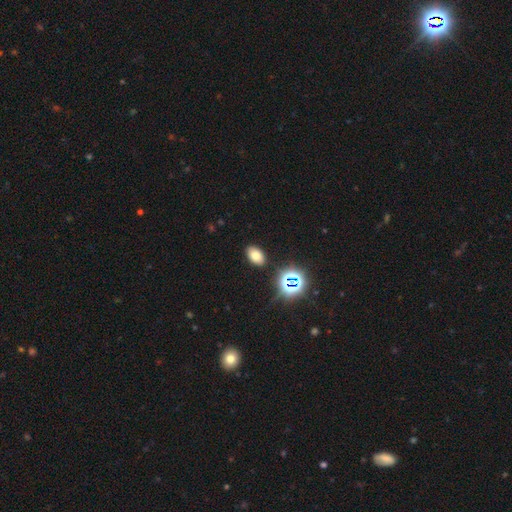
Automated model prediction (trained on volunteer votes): Q: Smooth or featured?
A: smooth (71%); runner-up: star or artifact (20%)
Q: How rounded?
A: in between (89%); runner-up: round (9%)
Q: Merging?
A: none (87%); runner-up: minor disturbance (8%)